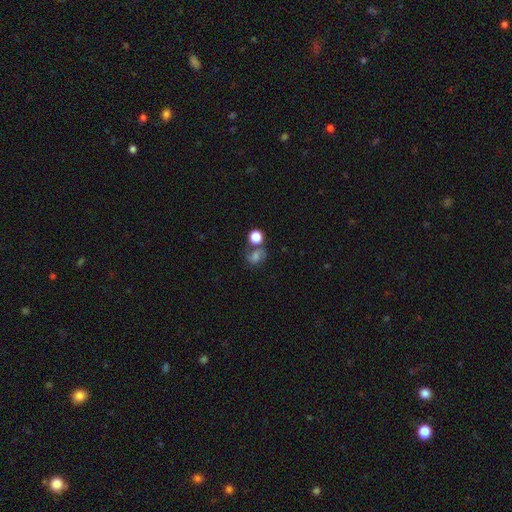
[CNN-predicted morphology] Smooth or featured?
  - smooth: 41% *
  - featured or disk: 38%
  - star or artifact: 20%
Merging?
  - none: 54% *
  - merger: 22%
  - minor disturbance: 15%
  - major disturbance: 9%